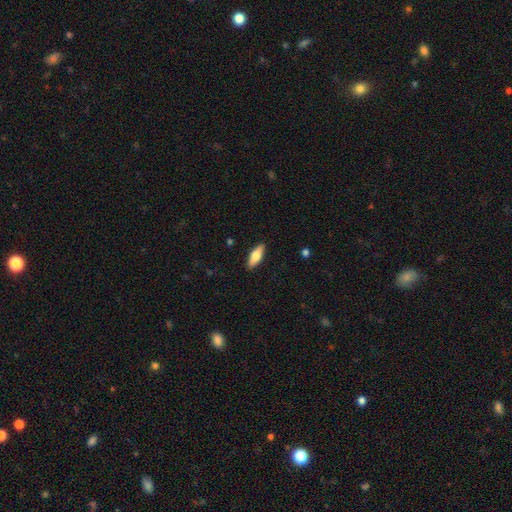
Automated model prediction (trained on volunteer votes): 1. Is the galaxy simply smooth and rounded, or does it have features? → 67% smooth, 27% featured or disk, 6% star or artifact.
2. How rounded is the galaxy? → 60% in between, 38% cigar-shaped, 2% round.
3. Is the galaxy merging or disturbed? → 89% none, 8% minor disturbance, 2% major disturbance, 1% merger.